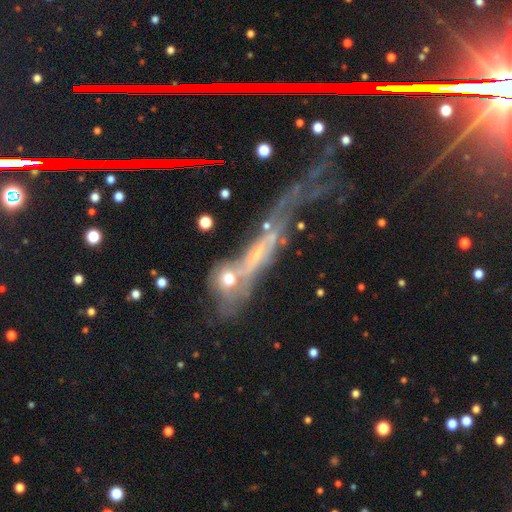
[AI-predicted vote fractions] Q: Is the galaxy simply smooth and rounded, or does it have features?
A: featured or disk — 42%.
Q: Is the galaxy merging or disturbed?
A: none — 35%.